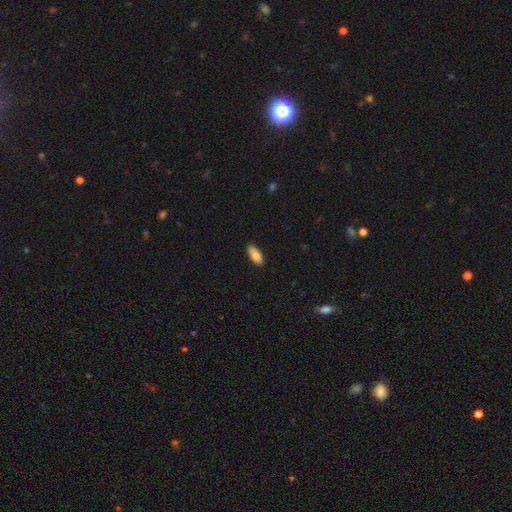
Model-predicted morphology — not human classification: smooth_or_featured: smooth (p=0.79) [alt: featured or disk p=0.14]
how_rounded: in between (p=0.83) [alt: cigar-shaped p=0.15]
merging: none (p=0.80) [alt: minor disturbance p=0.16]